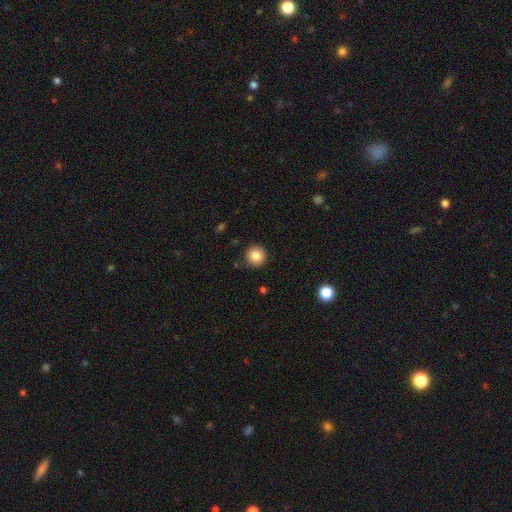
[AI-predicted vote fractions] This appears to be a smooth galaxy with no disk features (85%) that is round (94%). Merging: none (90%).